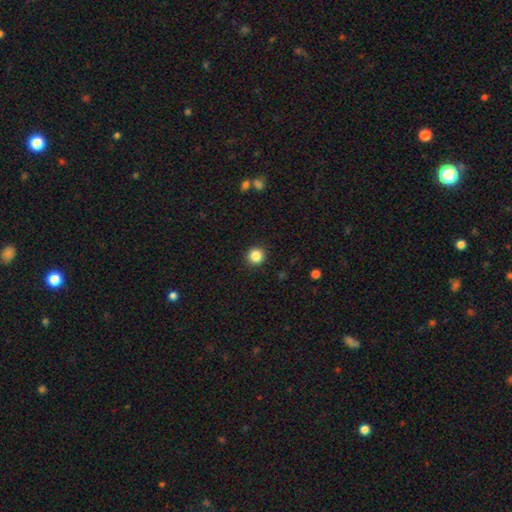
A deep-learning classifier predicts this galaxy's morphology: Smooth or featured?
  - smooth: 85% *
  - star or artifact: 11%
  - featured or disk: 4%
How rounded?
  - round: 95% *
  - in between: 4%
  - cigar-shaped: 1%
Merging?
  - none: 92% *
  - minor disturbance: 5%
  - major disturbance: 2%
  - merger: 1%